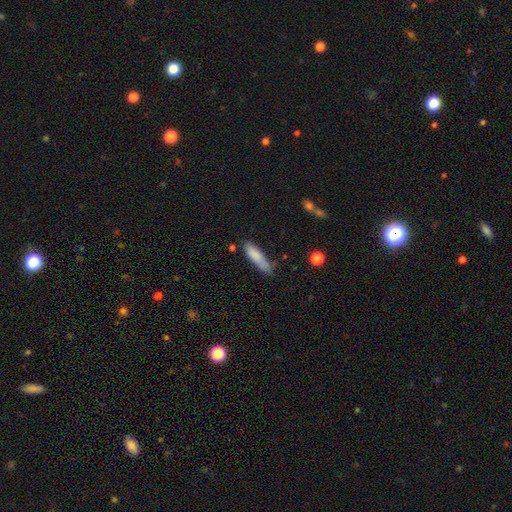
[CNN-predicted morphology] A smooth galaxy with no disk features (81%) that is cigar-shaped (68%). Merging: none (56%).